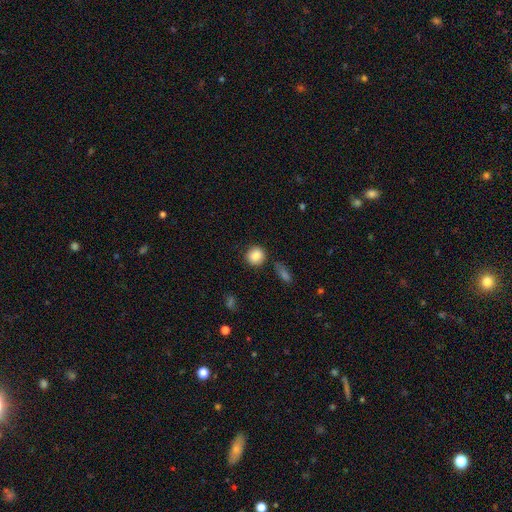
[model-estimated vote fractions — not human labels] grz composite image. It shows a smooth galaxy with no disk features (86%) that is round (88%). Merging: none (80%).